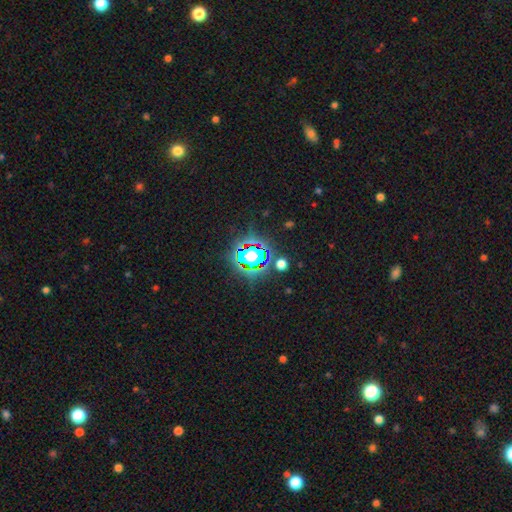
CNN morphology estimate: Smooth or featured?
  - star or artifact: 83% *
  - smooth: 10%
  - featured or disk: 7%